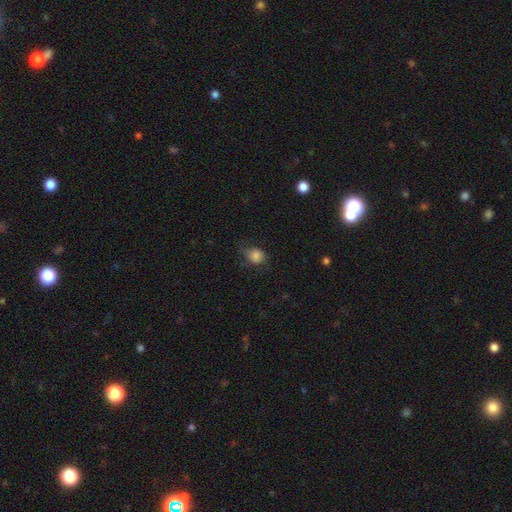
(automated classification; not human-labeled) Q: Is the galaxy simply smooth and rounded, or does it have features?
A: smooth — 83%.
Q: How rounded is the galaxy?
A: round — 65%.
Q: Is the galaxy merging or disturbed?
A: none — 60%.